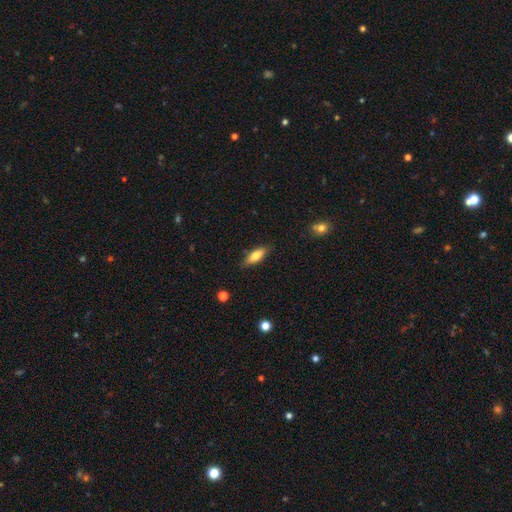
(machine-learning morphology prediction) The model was most divided on "how rounded": in between: 62%, cigar-shaped: 36%, round: 2%. More confident: merging — none (84%); smooth or featured — smooth (77%).